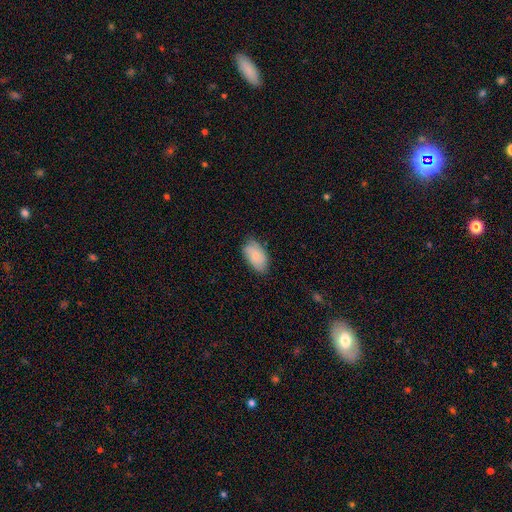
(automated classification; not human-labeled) Smooth or featured: smooth — 68% (featured or disk — 25%)
How rounded: in between — 93% (round — 5%)
Merging: none — 72% (minor disturbance — 22%)